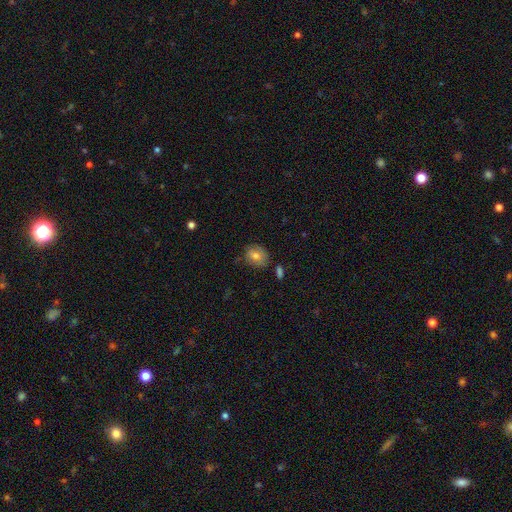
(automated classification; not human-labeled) Morphology: type=smooth (73%); roundness=round (56%); merging=none (73%).